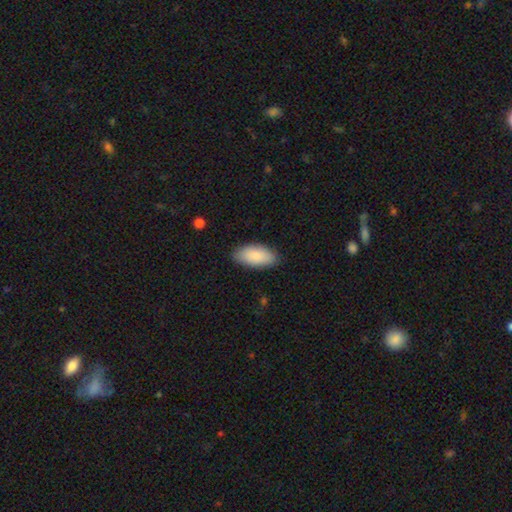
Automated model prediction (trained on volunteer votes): Smooth or featured: smooth — 88% (featured or disk — 6%)
How rounded: in between — 93% (cigar-shaped — 5%)
Merging: none — 86% (minor disturbance — 11%)